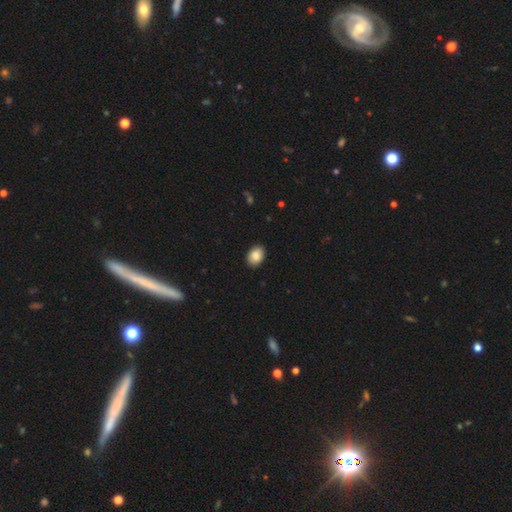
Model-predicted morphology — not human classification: smooth-or-featured: smooth: 87% | star or artifact: 8% | featured or disk: 6%
  how-rounded: in between: 77% | round: 22% | cigar-shaped: 1%
  merging: none: 90% | minor disturbance: 7% | major disturbance: 2% | merger: 1%